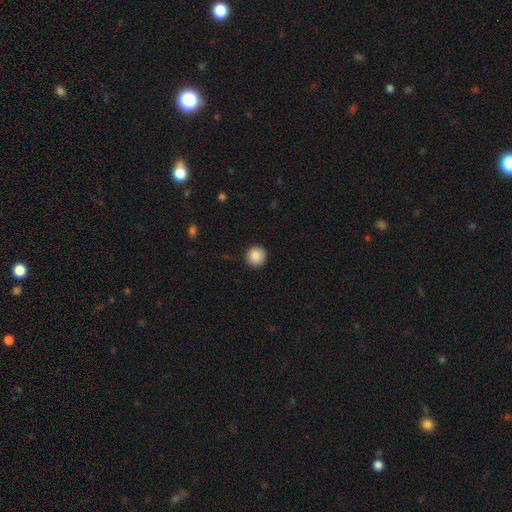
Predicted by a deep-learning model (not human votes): This is clearly a smooth galaxy (88%). How rounded: clearly round (92%). Merging: clearly none (90%).